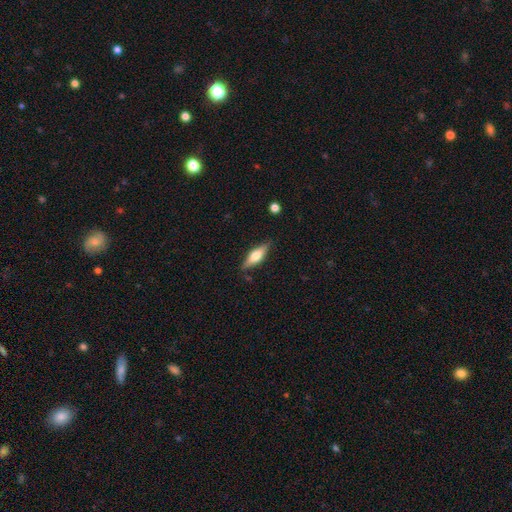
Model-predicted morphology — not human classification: A smooth galaxy with no disk features (50%). Merging: none (83%).